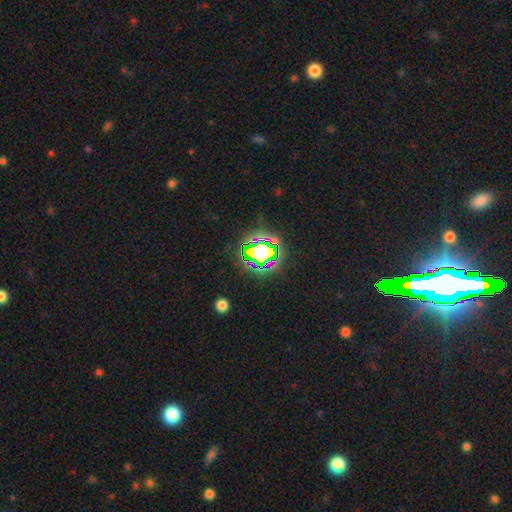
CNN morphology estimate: A star or artifact, not a galaxy (78%).